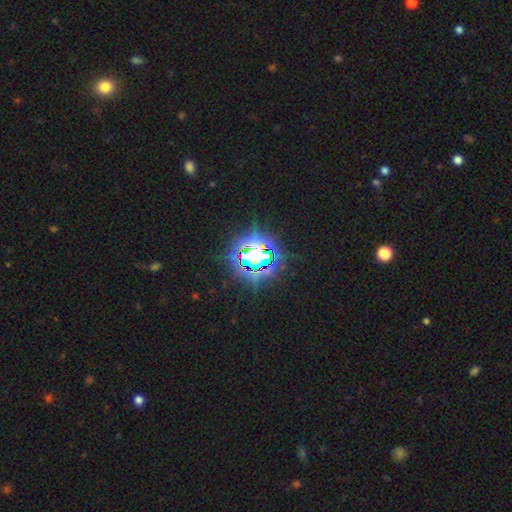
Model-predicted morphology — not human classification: smooth-or-featured: star or artifact: 72% | smooth: 17% | featured or disk: 11%